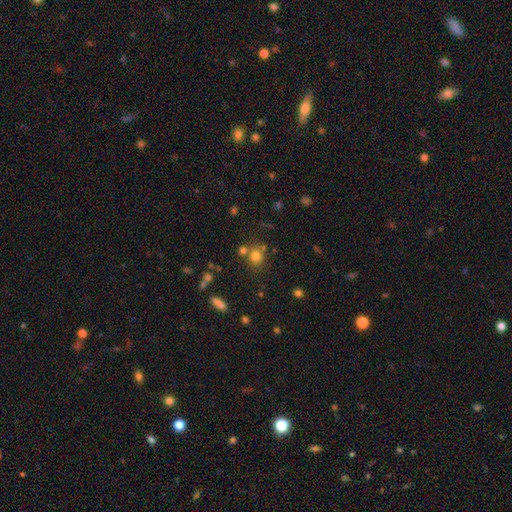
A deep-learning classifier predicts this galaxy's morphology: Smooth or featured? Predicted: smooth (p=0.73). How rounded? Predicted: round (p=0.81). Merging? Predicted: none (p=0.64).